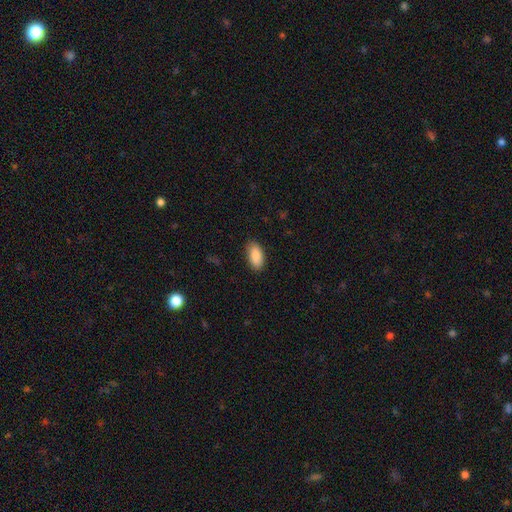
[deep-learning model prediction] The model was most divided on "merging": none: 87%, minor disturbance: 10%, major disturbance: 2%, merger: 1%. More confident: how rounded — in between (93%); smooth or featured — smooth (89%).